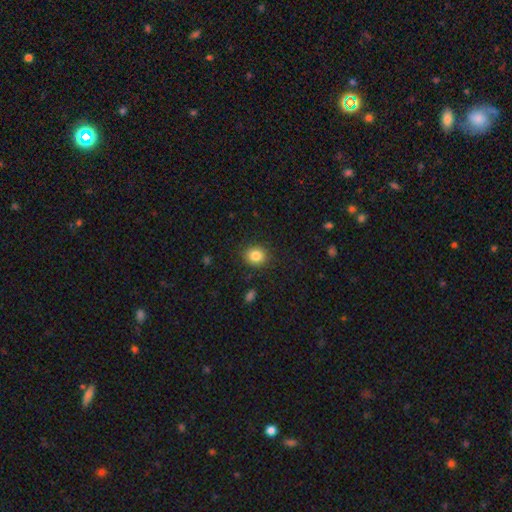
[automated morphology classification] Q: Smooth or featured?
A: smooth (84%); runner-up: star or artifact (10%)
Q: How rounded?
A: round (76%); runner-up: in between (23%)
Q: Merging?
A: none (88%); runner-up: minor disturbance (8%)